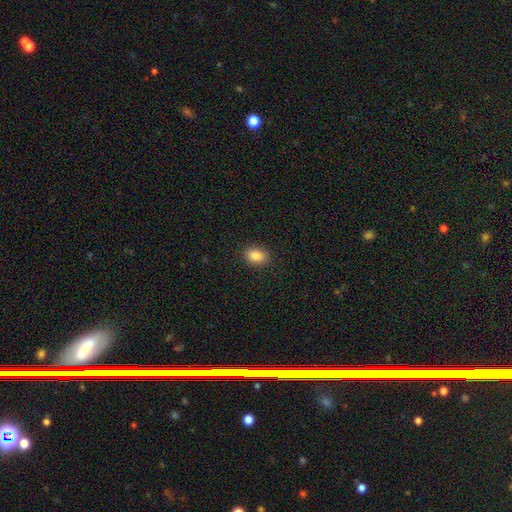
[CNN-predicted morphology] type=smooth (86%); roundness=in between (79%); merging=none (89%).